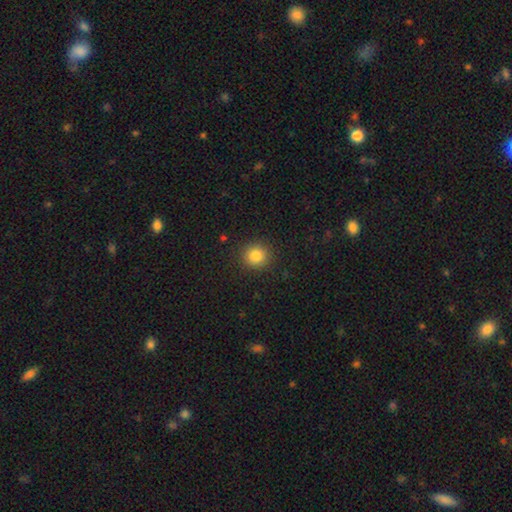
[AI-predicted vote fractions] A smooth galaxy with no disk features (83%) that is round (90%). Merging: none (90%).